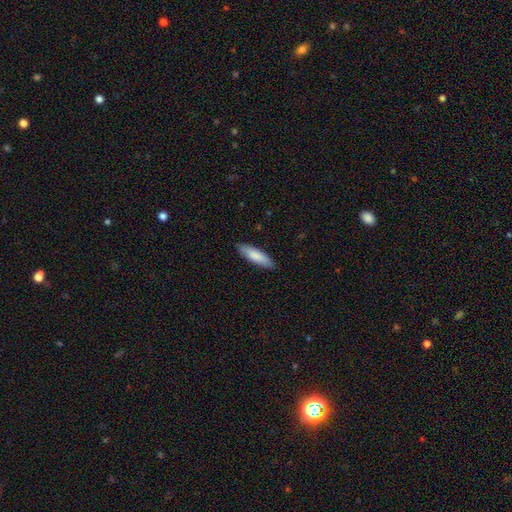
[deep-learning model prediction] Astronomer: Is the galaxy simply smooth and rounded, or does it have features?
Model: smooth — 84%.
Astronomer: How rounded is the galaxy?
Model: cigar-shaped — 58% (runner-up: in between, 41%).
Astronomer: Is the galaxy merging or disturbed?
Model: none — 88%.